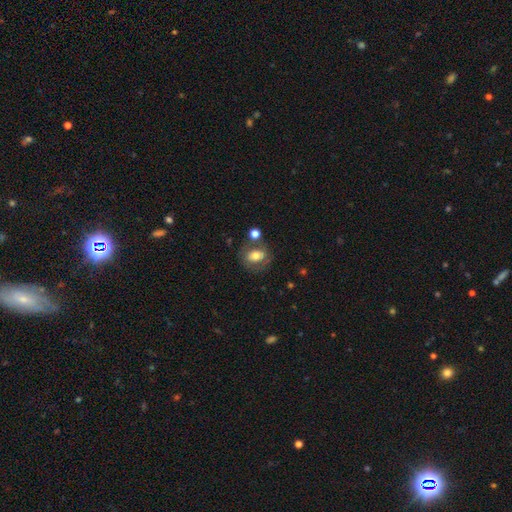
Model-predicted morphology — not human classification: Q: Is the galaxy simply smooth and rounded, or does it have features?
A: smooth — 62%.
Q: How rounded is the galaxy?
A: in between — 54%.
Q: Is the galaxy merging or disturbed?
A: none — 59%.